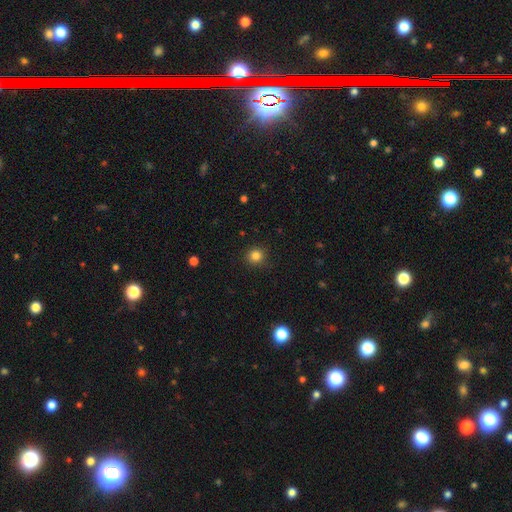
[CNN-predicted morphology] The model was most divided on "smooth or featured": smooth: 83%, star or artifact: 12%, featured or disk: 4%. More confident: how rounded — round (93%); merging — none (91%).